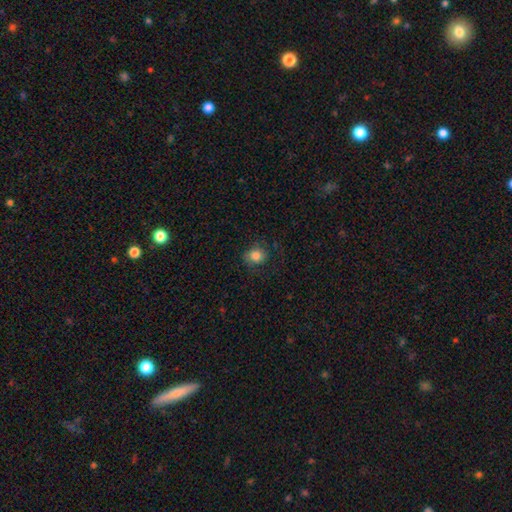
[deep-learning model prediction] A smooth galaxy with no disk features (83%) that is round (75%).

Vote fractions:
- Smooth or featured? smooth: 83% / star or artifact: 10% / featured or disk: 7%
- How rounded? round: 75% / in between: 24% / cigar-shaped: 1%
- Merging? none: 76% / minor disturbance: 17% / major disturbance: 6% / merger: 1%